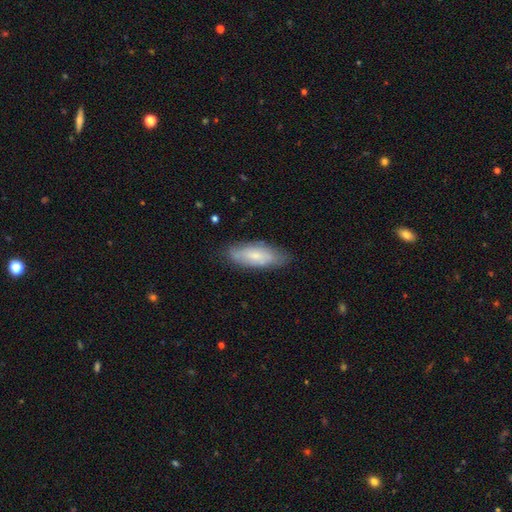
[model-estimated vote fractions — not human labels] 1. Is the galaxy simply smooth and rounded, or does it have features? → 61% smooth, 32% featured or disk, 6% star or artifact.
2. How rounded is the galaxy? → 73% in between, 25% cigar-shaped, 2% round.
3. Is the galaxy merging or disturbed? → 77% none, 18% minor disturbance, 3% major disturbance, 1% merger.